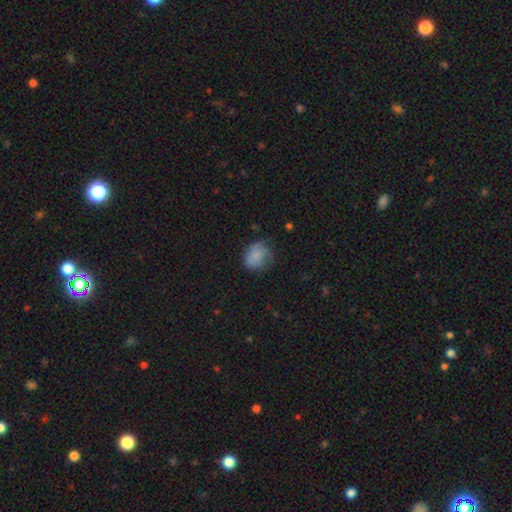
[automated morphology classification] smooth_or_featured: smooth (p=0.78) [alt: featured or disk p=0.12]
how_rounded: round (p=0.55) [alt: in between p=0.44]
merging: none (p=0.54) [alt: minor disturbance p=0.31]